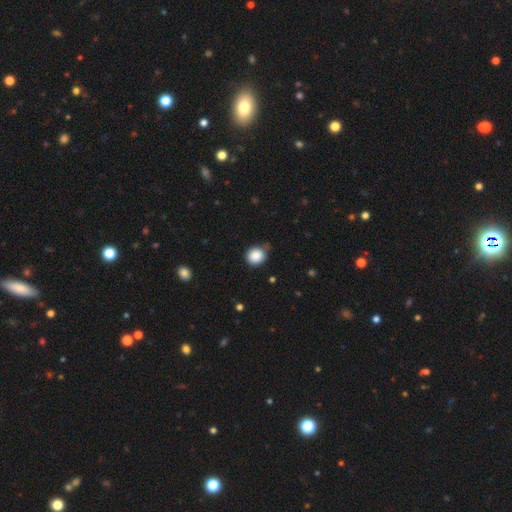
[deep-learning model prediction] The model was most divided on "merging": none: 75%, minor disturbance: 18%, major disturbance: 4%, merger: 3%. More confident: smooth or featured — smooth (88%); how rounded — round (84%).